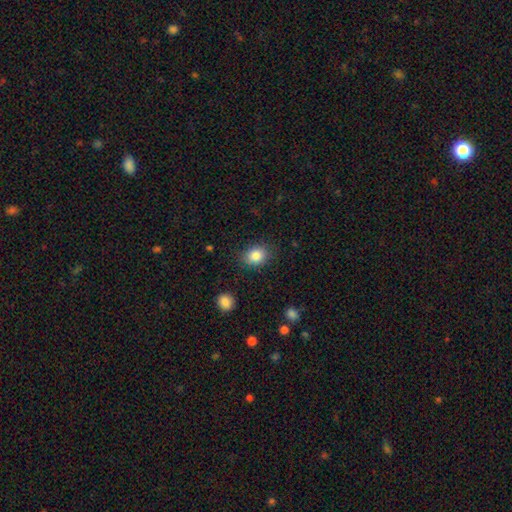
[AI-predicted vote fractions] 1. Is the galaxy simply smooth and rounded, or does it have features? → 85% smooth, 9% star or artifact, 6% featured or disk.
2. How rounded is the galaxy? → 51% in between, 48% round, 1% cigar-shaped.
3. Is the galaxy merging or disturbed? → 83% none, 12% minor disturbance, 4% major disturbance, 2% merger.